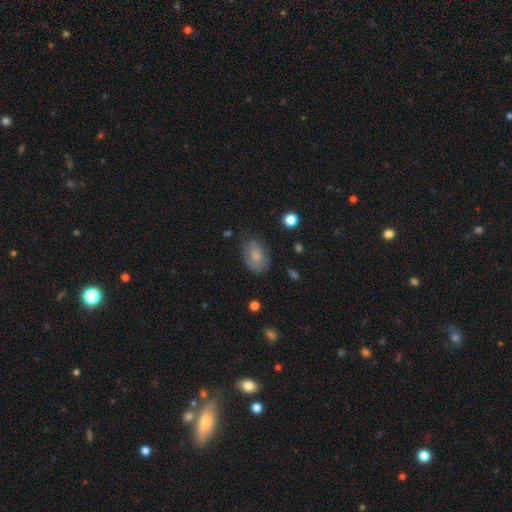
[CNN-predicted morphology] smooth-or-featured: smooth: 66% | featured or disk: 26% | star or artifact: 8%
  how-rounded: in between: 86% | round: 12% | cigar-shaped: 2%
  merging: none: 68% | minor disturbance: 23% | major disturbance: 8% | merger: 2%